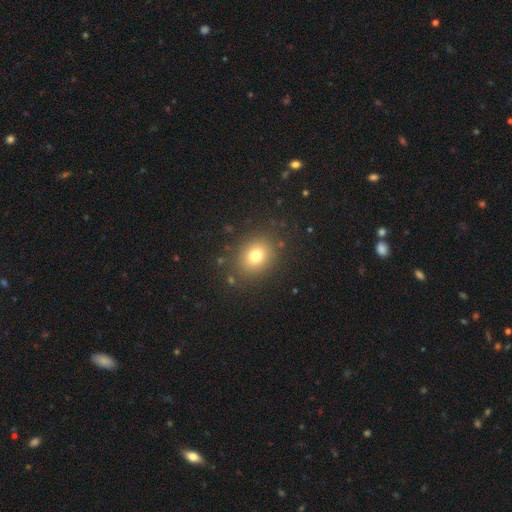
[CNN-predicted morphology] Smooth or featured: smooth — 75% (star or artifact — 14%)
How rounded: round — 63% (in between — 36%)
Merging: none — 86% (minor disturbance — 9%)